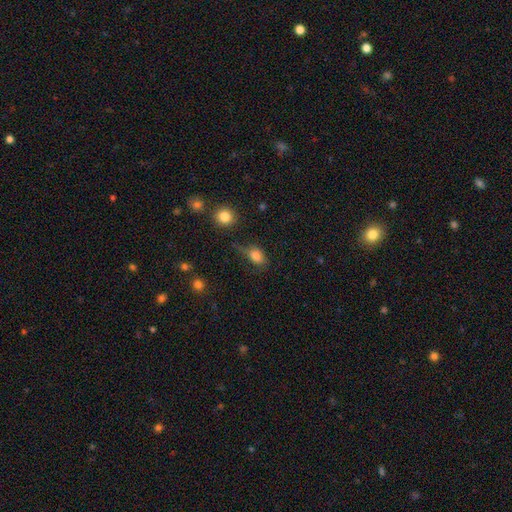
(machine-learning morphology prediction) Smooth or featured? smooth (82%)
How rounded? in between (79%)
Merging? none (55%)